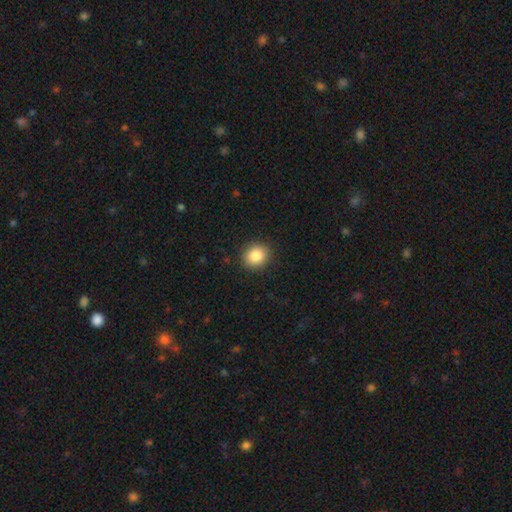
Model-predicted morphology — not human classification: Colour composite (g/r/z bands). It shows a smooth galaxy with no disk features (85%) that is round (80%). Merging: none (90%).